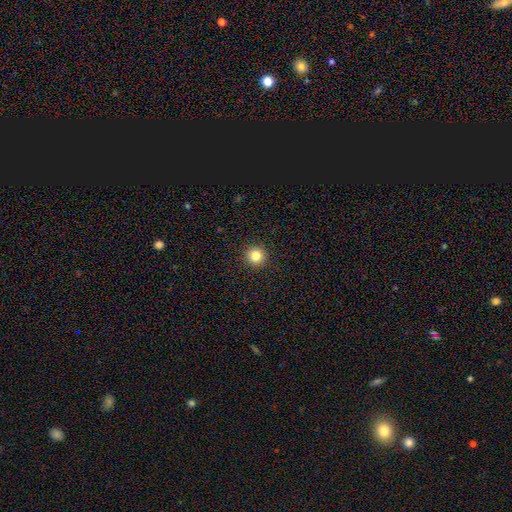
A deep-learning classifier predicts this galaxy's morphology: Smooth or featured: smooth — 83% (star or artifact — 12%)
How rounded: round — 95% (in between — 4%)
Merging: none — 93% (minor disturbance — 4%)